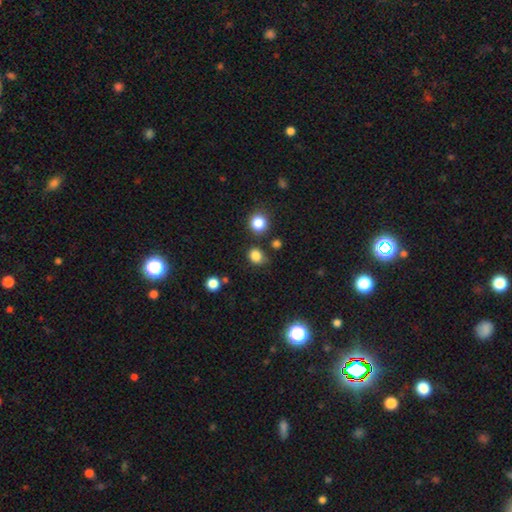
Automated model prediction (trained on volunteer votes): smooth_or_featured: smooth (p=0.82) [alt: star or artifact p=0.14]
how_rounded: round (p=0.70) [alt: in between p=0.29]
merging: none (p=0.75) [alt: minor disturbance p=0.14]